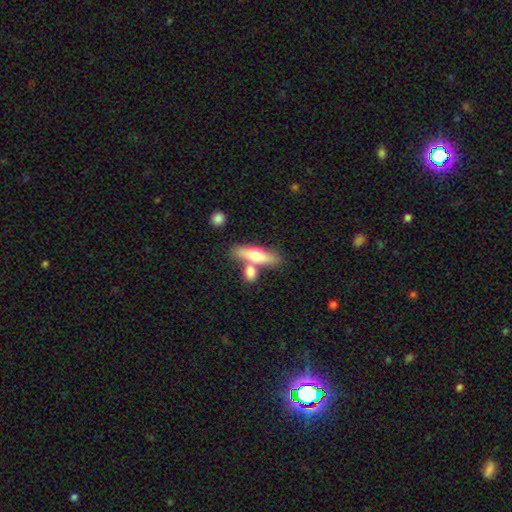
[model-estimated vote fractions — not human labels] A smooth galaxy with no disk features (57%) that is cigar-shaped (52%). Merging: none (54%).